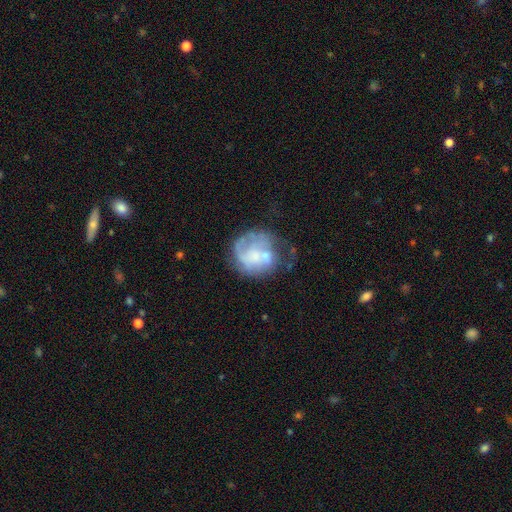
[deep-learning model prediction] featured or disk 58%, smooth 33%, star or artifact 9%. Down the decision tree: edge-on disk — no (98%); bar — no (79%); spiral arms — no (53%); bulge size — none (34%); merging — none (40%).